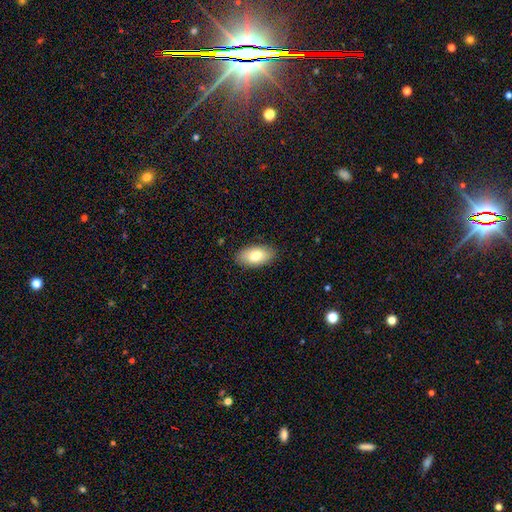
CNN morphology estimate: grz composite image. It shows a smooth galaxy with no disk features (78%) that is in between round and cigar-shaped (94%). Merging: none (87%).